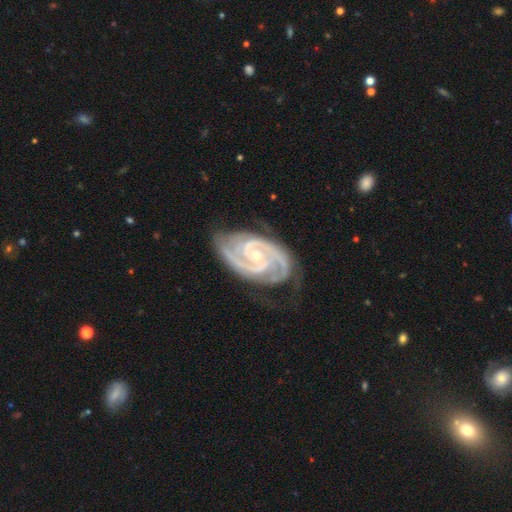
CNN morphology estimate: This appears to be a featured or disk galaxy (94%) with no bar (53%), 2 (71%) tight (64%) spiral arms (99%) and a small central bulge (71%). Merging: none (73%).